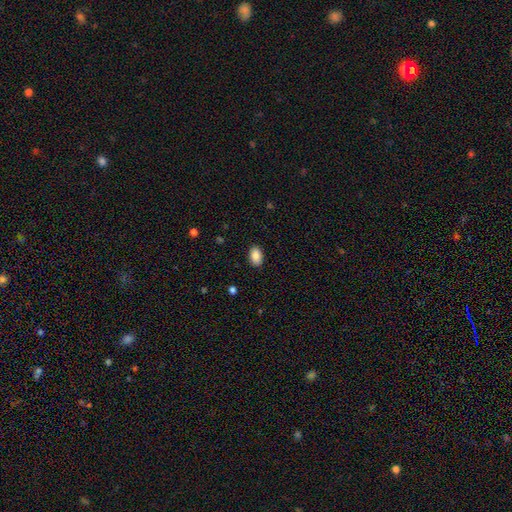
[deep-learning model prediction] Overall: smooth (89%). How rounded: in between (91%). Merging: none (89%).